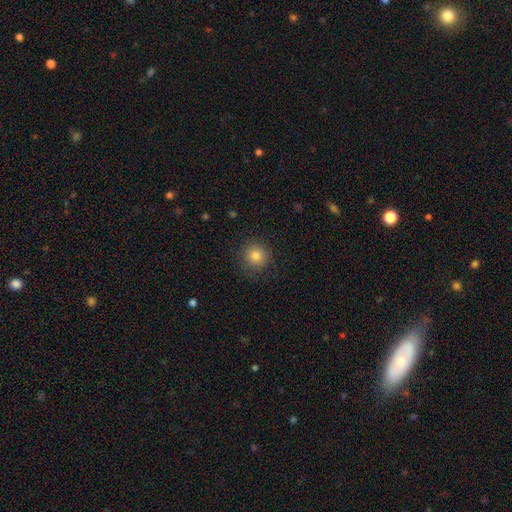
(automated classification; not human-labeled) Smooth or featured? smooth (82%)
How rounded? round (93%)
Merging? none (88%)